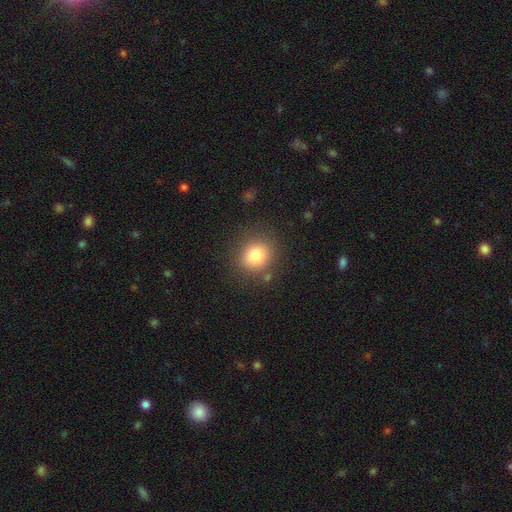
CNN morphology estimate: The model was most divided on "how rounded": round: 81%, in between: 18%, cigar-shaped: 1%. More confident: merging — none (83%); smooth or featured — smooth (81%).